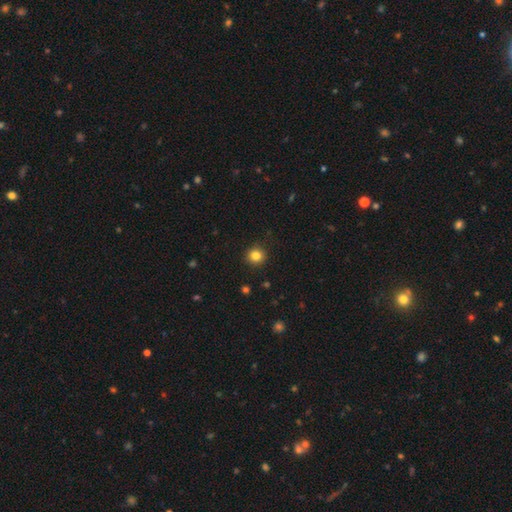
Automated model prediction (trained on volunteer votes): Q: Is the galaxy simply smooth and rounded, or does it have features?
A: smooth — 83%.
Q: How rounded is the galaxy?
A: round — 92%.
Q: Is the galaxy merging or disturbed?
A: none — 90%.